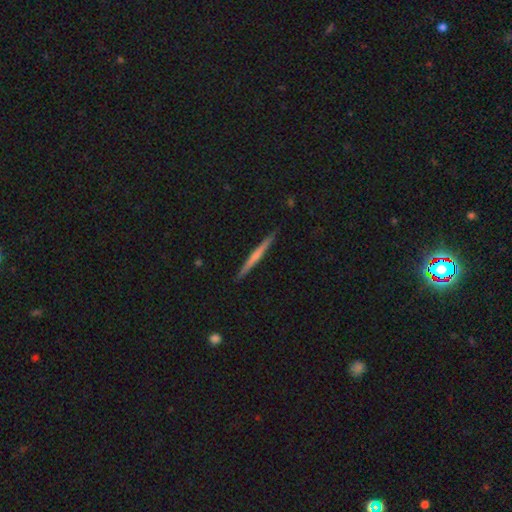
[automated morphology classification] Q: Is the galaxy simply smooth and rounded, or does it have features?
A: featured or disk — 51%.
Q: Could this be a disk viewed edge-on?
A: yes — 98%.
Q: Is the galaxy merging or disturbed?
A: none — 92%.